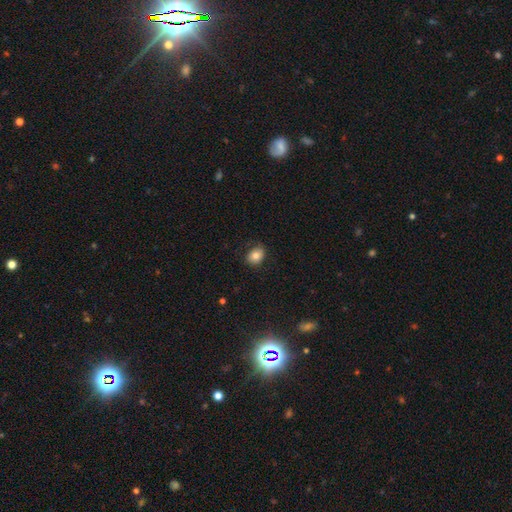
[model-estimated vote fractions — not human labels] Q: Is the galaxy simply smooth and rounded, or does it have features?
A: smooth — 80%.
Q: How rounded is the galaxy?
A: in between — 59%.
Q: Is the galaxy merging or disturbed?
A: none — 77%.